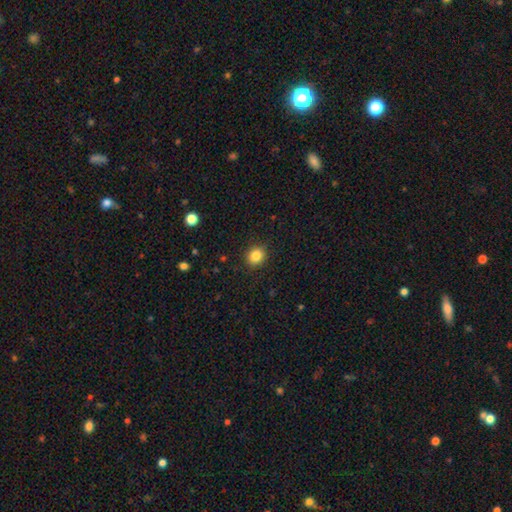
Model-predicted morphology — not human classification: A smooth galaxy with no disk features (84%) that is round (76%). Merging: none (90%).